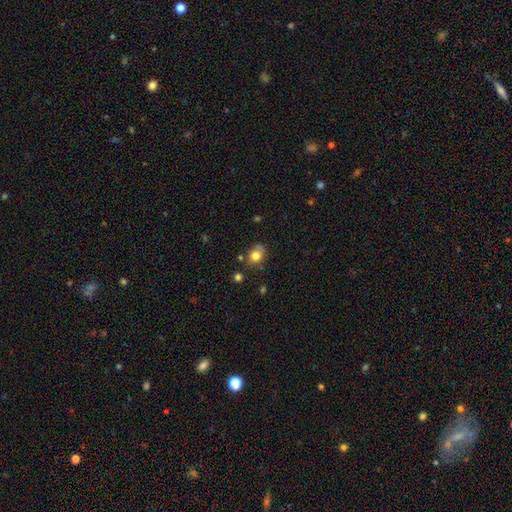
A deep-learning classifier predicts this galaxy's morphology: Smooth or featured? smooth (77%)
How rounded? in between (52%)
Merging? none (64%)